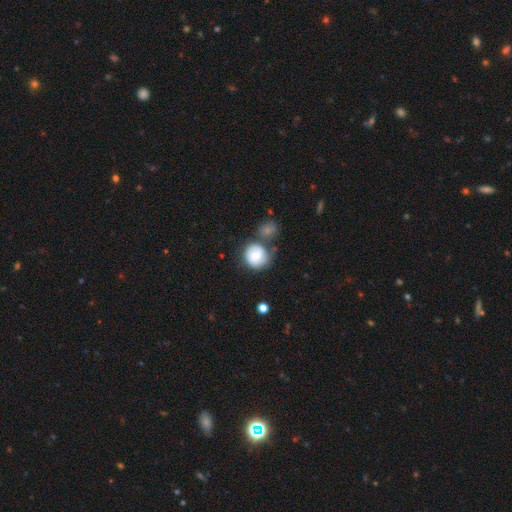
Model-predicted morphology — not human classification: A smooth galaxy with no disk features (59%) that is round (85%).

Vote fractions:
- Smooth or featured? smooth: 59% / featured or disk: 33% / star or artifact: 7%
- How rounded? round: 85% / in between: 14% / cigar-shaped: 1%
- Merging? none: 51% / minor disturbance: 21% / merger: 19% / major disturbance: 10%